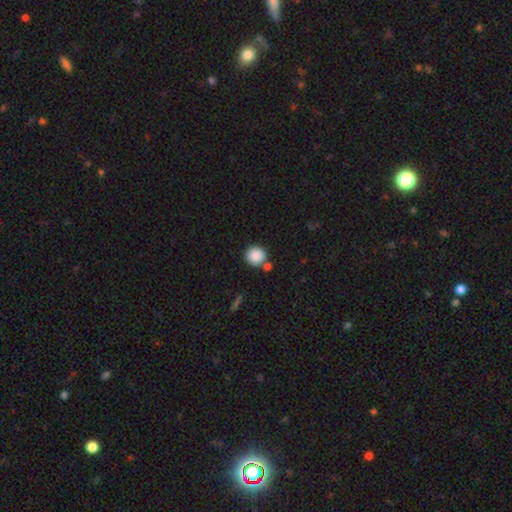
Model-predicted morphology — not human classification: A smooth galaxy with no disk features (88%) that is round (92%).

Vote fractions:
- Smooth or featured? smooth: 88% / star or artifact: 9% / featured or disk: 4%
- How rounded? round: 92% / in between: 7% / cigar-shaped: 1%
- Merging? none: 77% / merger: 12% / minor disturbance: 8% / major disturbance: 3%